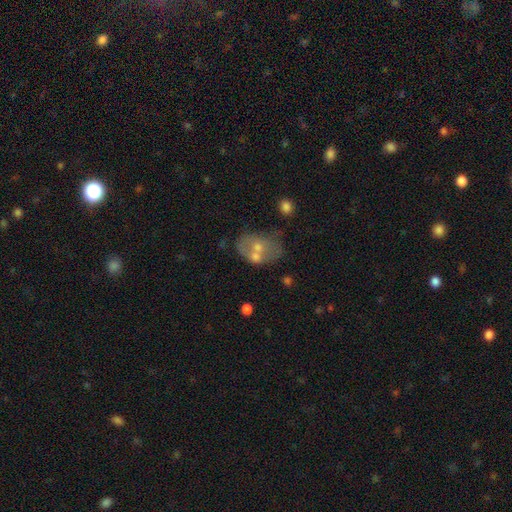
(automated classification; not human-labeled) Q: Smooth or featured?
A: featured or disk (46%); runner-up: star or artifact (28%)
Q: Merging?
A: none (64%); runner-up: minor disturbance (16%)